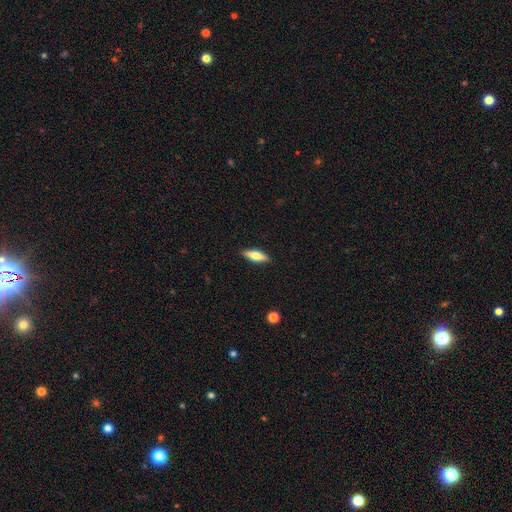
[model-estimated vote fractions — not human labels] smooth 54%, featured or disk 40%, star or artifact 6%. Down the decision tree: how rounded — cigar-shaped (53%); merging — none (89%).